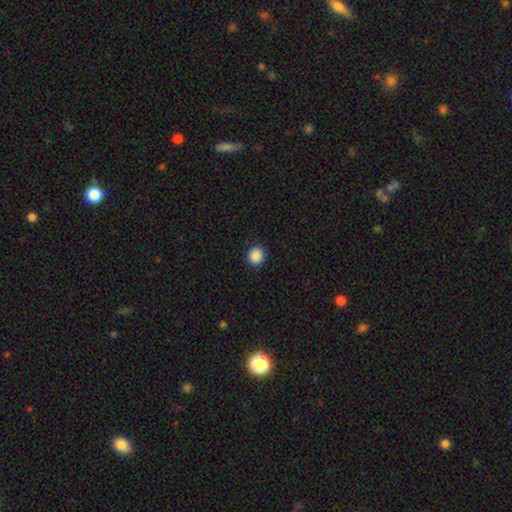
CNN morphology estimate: smooth 88%, star or artifact 9%, featured or disk 2%. Down the decision tree: how rounded — round (88%); merging — none (92%).